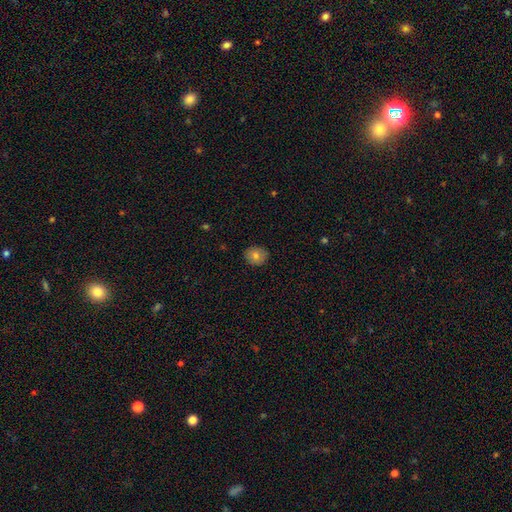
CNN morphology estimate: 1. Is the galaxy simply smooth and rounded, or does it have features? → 78% smooth, 13% featured or disk, 9% star or artifact.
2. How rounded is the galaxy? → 74% round, 26% in between, 1% cigar-shaped.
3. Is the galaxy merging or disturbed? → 88% none, 10% minor disturbance, 2% major disturbance, 1% merger.